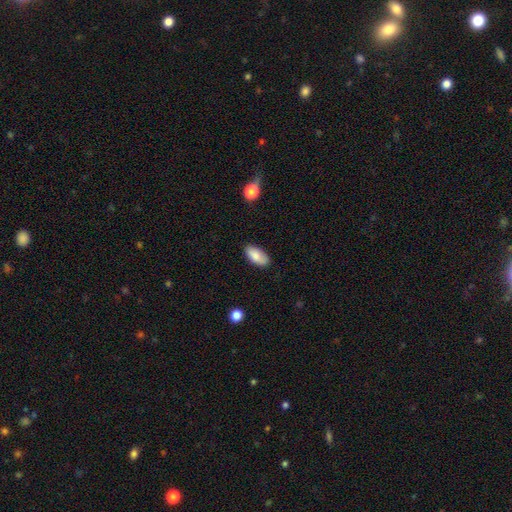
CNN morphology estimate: This is clearly a smooth galaxy (84%). How rounded: clearly in between (93%). Merging: clearly none (81%).